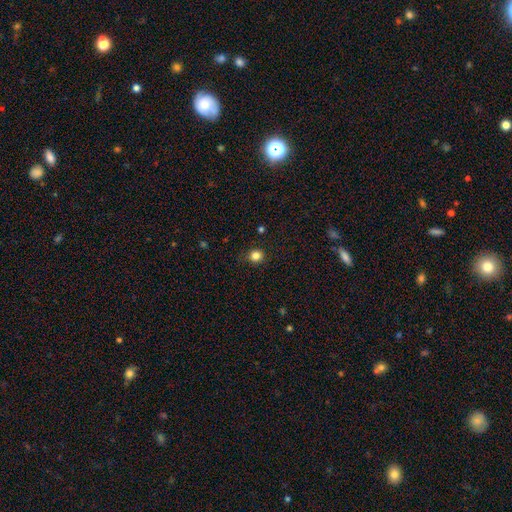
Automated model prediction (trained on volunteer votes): This appears to be a smooth galaxy with no disk features (83%) that is round (85%). Merging: none (87%).